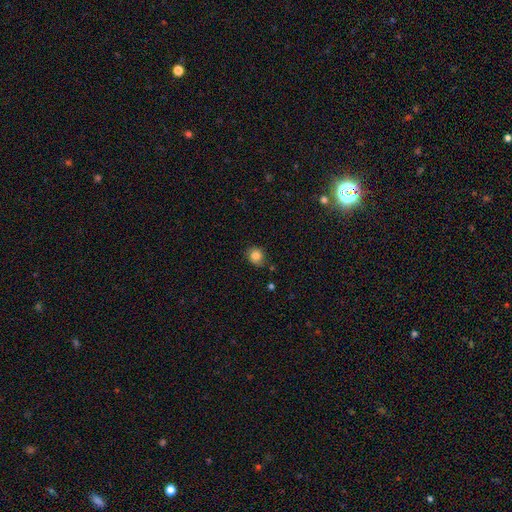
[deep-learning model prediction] Smooth or featured?
  - smooth: 83% *
  - star or artifact: 10%
  - featured or disk: 7%
How rounded?
  - round: 77% *
  - in between: 22%
  - cigar-shaped: 1%
Merging?
  - none: 79% *
  - minor disturbance: 16%
  - major disturbance: 3%
  - merger: 2%